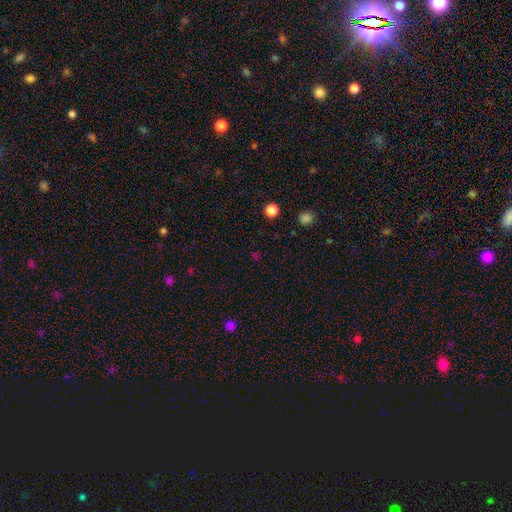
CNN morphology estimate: This appears to be a star or artifact, not a galaxy (51%).